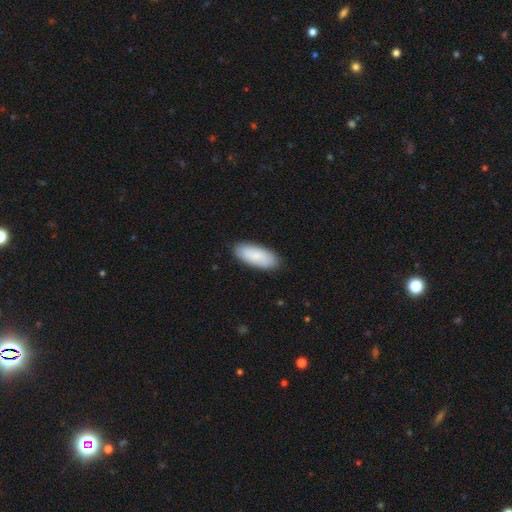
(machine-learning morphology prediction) Smooth or featured? Predicted: smooth (p=0.83). How rounded? Predicted: in between (p=0.82). Merging? Predicted: none (p=0.87).